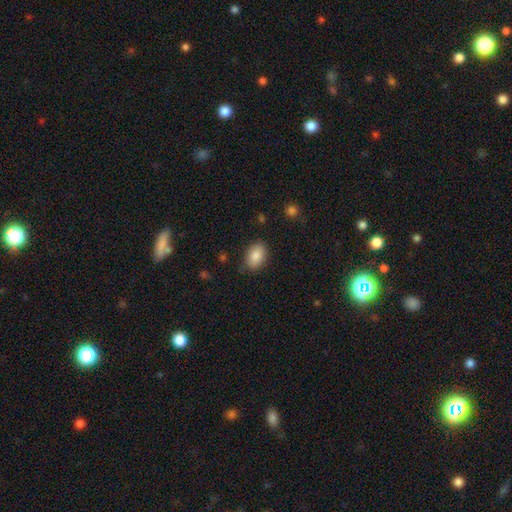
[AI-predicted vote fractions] smooth 86%, star or artifact 7%, featured or disk 7%. Down the decision tree: how rounded — in between (87%); merging — none (81%).